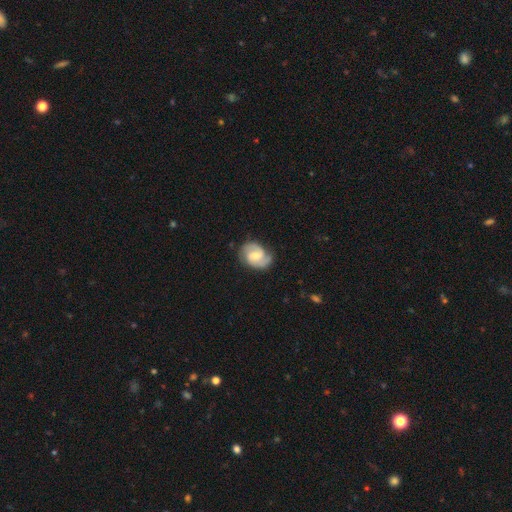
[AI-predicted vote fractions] This appears to be a featured or disk galaxy (84%) with a weak bar (50%), 2 (90%) medium (49%) spiral arms (97%) and a moderate central bulge (56%). Merging: none (78%).